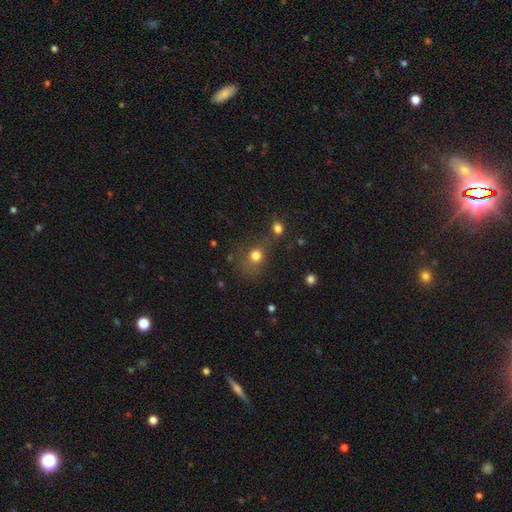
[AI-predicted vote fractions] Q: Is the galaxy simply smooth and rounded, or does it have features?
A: smooth — 75%.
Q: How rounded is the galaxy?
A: round — 70%.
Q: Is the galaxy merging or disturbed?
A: none — 51%.